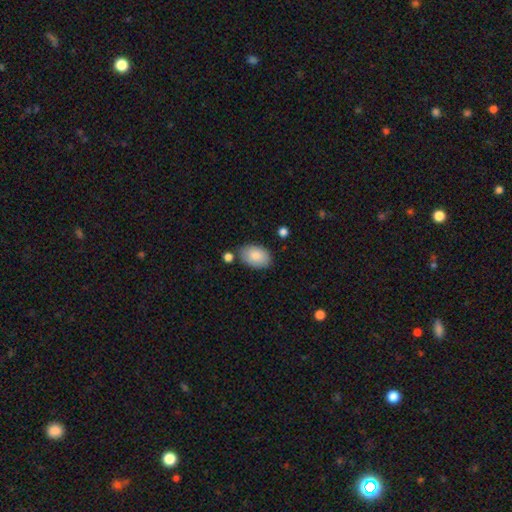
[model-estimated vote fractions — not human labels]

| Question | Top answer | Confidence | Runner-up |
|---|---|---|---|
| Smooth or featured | smooth | 87% | featured or disk (7%) |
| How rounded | in between | 91% | round (8%) |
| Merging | none | 77% | minor disturbance (14%) |